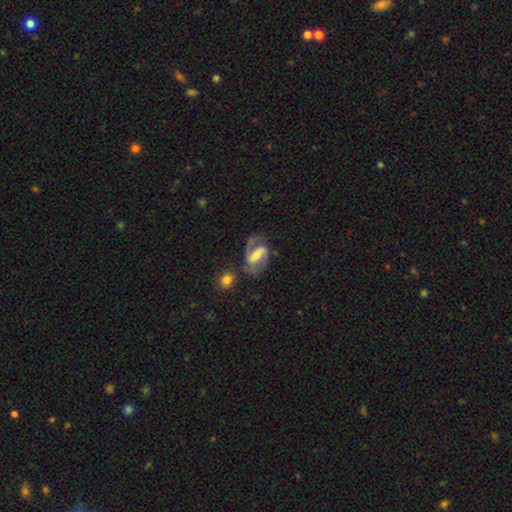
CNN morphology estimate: This is likely a featured or disk galaxy (77%). It is clearly not viewed edge-on (96%). Bar: possibly strong (50%). Spiral arm pattern: clearly yes (91%). Spiral arm count: clearly 2 (83%). Spiral winding: possibly medium (52%). Central bulge: marginally moderate (37%). Merging: possibly none (56%).